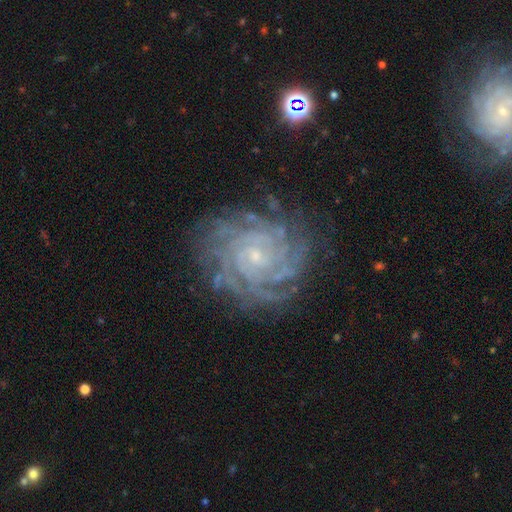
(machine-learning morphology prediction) A featured or disk galaxy (87%) with no bar (68%), more than 4 (28%) tight (83%) spiral arms (98%) and a small central bulge (81%).

Vote fractions:
- Smooth or featured? featured or disk: 87% / star or artifact: 7% / smooth: 6%
- Edge-on disk? no: 98% / yes: 2%
- Bar? no: 68% / weak: 25% / strong: 8%
- Spiral arms? yes: 98% / no: 2%
- Spiral winding? tight: 83% / medium: 15% / loose: 3%
- Spiral arm count? more than 4: 28% / can't tell: 23% / 4: 21% / 3: 11% / 2: 9% / 1: 8%
- Bulge size? small: 81% / moderate: 14% / none: 3% / large: 1% / dominant: 1%
- Merging? none: 80% / minor disturbance: 14% / major disturbance: 5% / merger: 2%